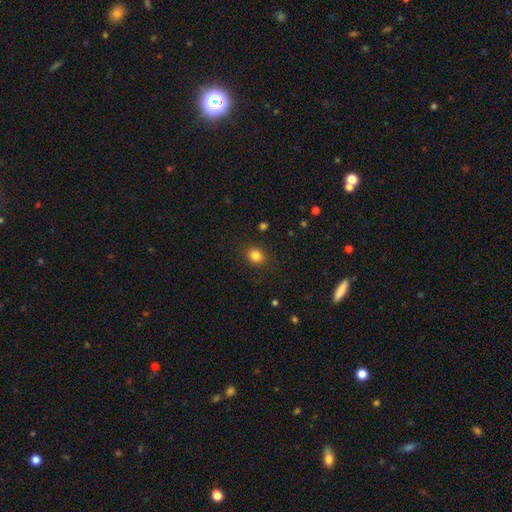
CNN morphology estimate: smooth-or-featured: smooth: 83% | star or artifact: 12% | featured or disk: 5%
  how-rounded: round: 67% | in between: 32% | cigar-shaped: 1%
  merging: none: 87% | minor disturbance: 8% | major disturbance: 3% | merger: 1%